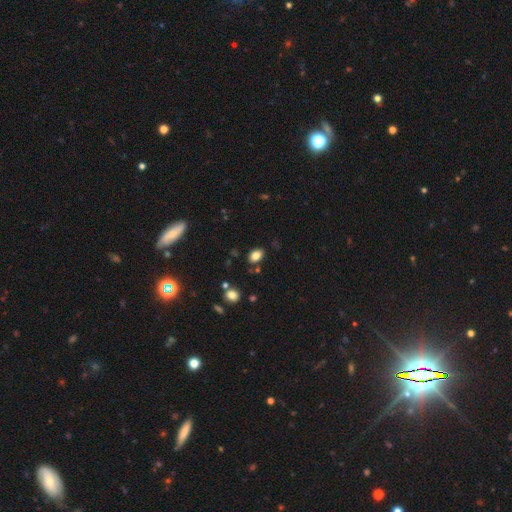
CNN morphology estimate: smooth_or_featured: smooth (p=0.82) [alt: star or artifact p=0.11]
how_rounded: in between (p=0.79) [alt: round p=0.20]
merging: none (p=0.82) [alt: minor disturbance p=0.12]